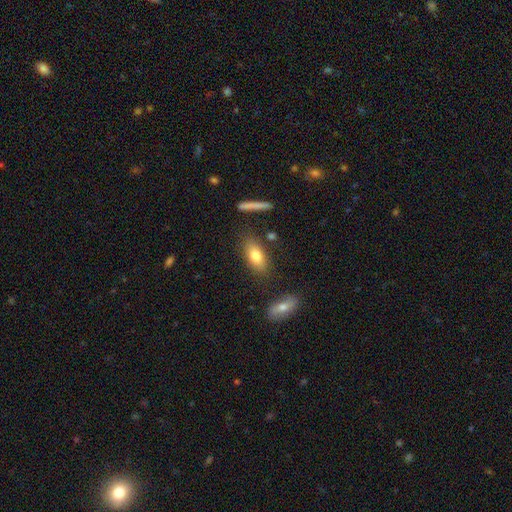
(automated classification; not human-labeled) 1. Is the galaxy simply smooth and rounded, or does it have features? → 77% smooth, 15% featured or disk, 8% star or artifact.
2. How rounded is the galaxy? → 82% in between, 12% cigar-shaped, 5% round.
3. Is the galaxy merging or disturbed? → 77% none, 14% minor disturbance, 6% merger, 4% major disturbance.